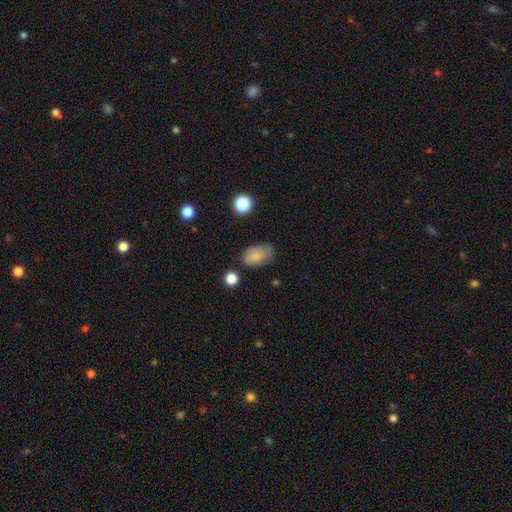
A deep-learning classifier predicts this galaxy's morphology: Overall: smooth (75%). How rounded: in between (89%). Merging: none (64%; minor disturbance 27%).